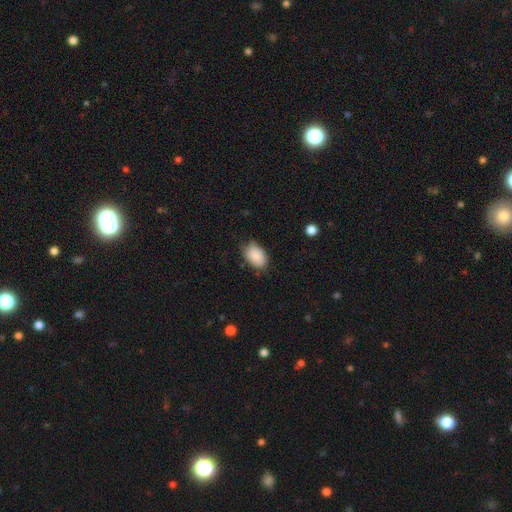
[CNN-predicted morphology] This appears to be a smooth galaxy with no disk features (89%) that is in between round and cigar-shaped (89%). Merging: none (75%).